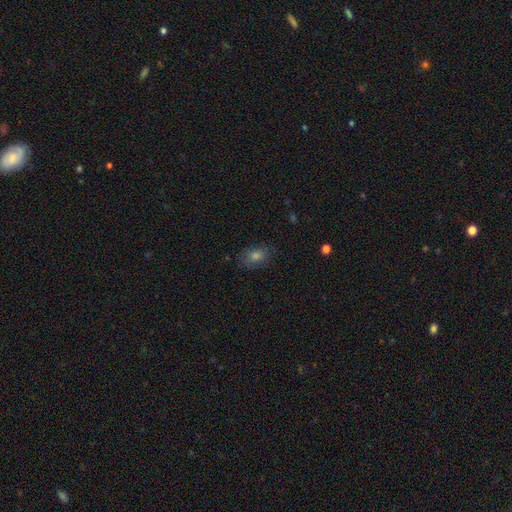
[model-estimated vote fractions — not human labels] smooth 65%, star or artifact 20%, featured or disk 15%. Down the decision tree: how rounded — in between (75%); merging — none (81%).